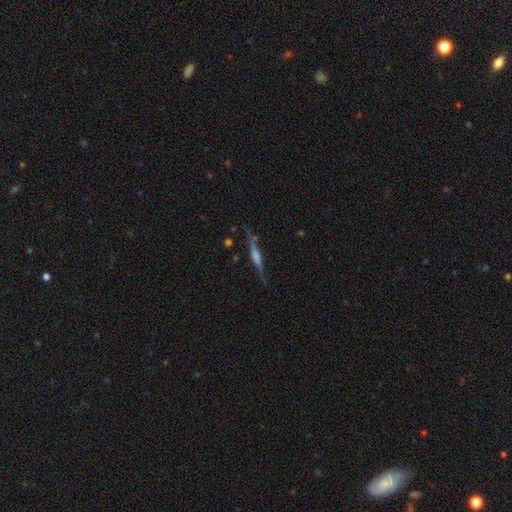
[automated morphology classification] Smooth or featured? featured or disk (76%)
Edge-on disk? yes (96%)
Edge-on bulge? rounded (51%)
Merging? none (84%)